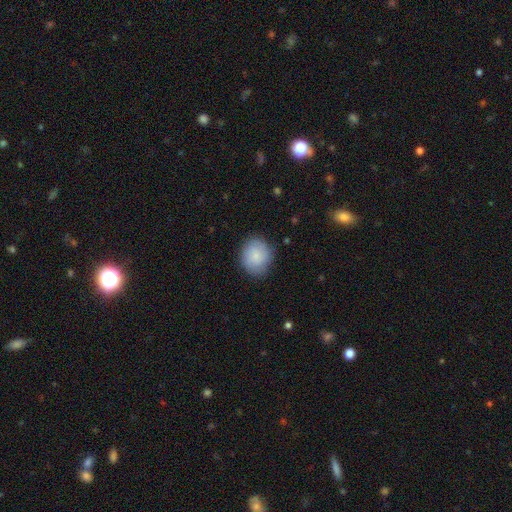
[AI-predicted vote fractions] This is clearly a smooth galaxy (81%). How rounded: likely round (75%). Merging: likely none (78%).